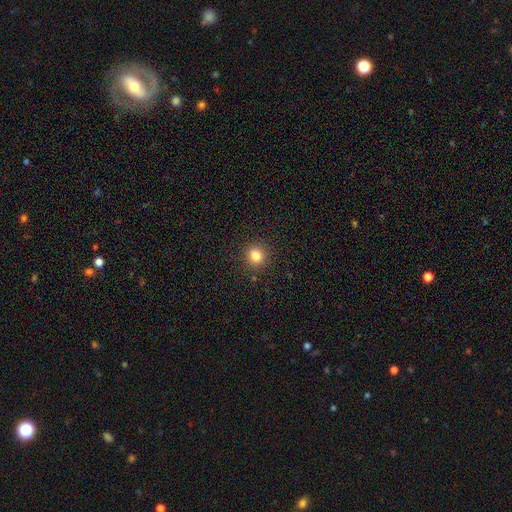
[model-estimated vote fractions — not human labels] Smooth or featured: smooth — 82% (star or artifact — 12%)
How rounded: round — 86% (in between — 13%)
Merging: none — 89% (minor disturbance — 7%)